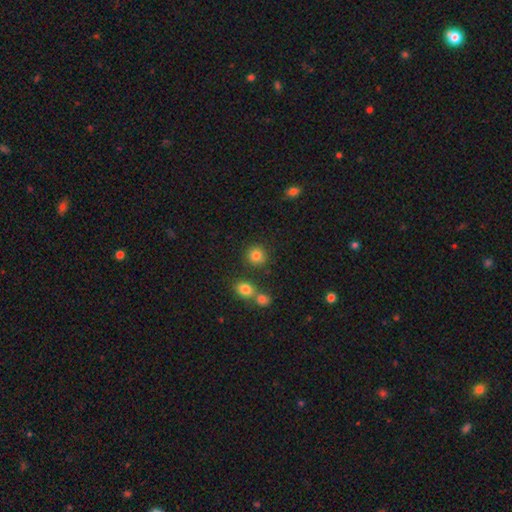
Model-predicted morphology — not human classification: Smooth or featured?
  - smooth: 82% *
  - star or artifact: 12%
  - featured or disk: 6%
How rounded?
  - round: 90% *
  - in between: 9%
  - cigar-shaped: 1%
Merging?
  - none: 81% *
  - merger: 8%
  - minor disturbance: 8%
  - major disturbance: 3%